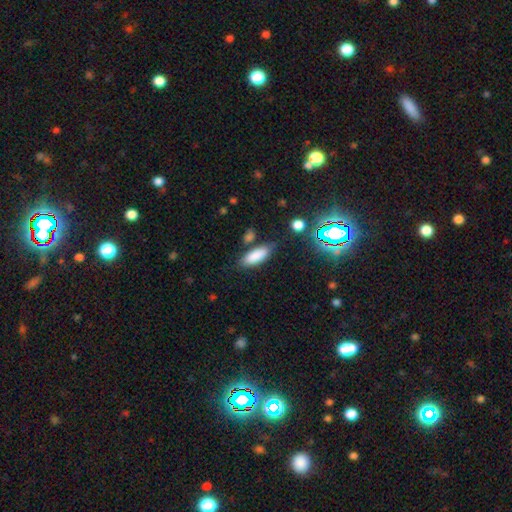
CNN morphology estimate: Smooth or featured?
  - smooth: 84% *
  - star or artifact: 9%
  - featured or disk: 7%
How rounded?
  - in between: 71% *
  - cigar-shaped: 27%
  - round: 2%
Merging?
  - none: 74% *
  - minor disturbance: 15%
  - merger: 7%
  - major disturbance: 4%